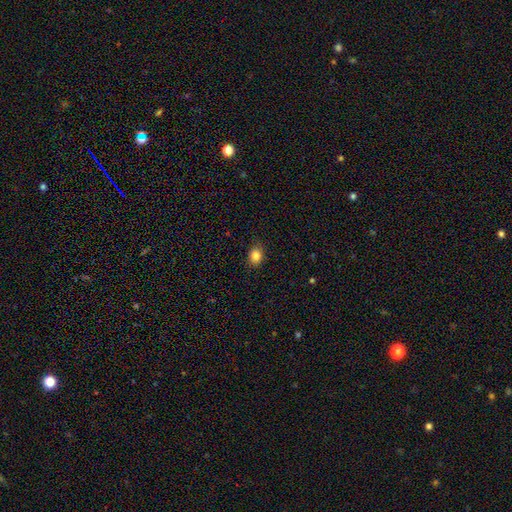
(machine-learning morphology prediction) The model was most divided on "how rounded": in between: 55%, round: 44%, cigar-shaped: 1%. More confident: merging — none (87%); smooth or featured — smooth (85%).